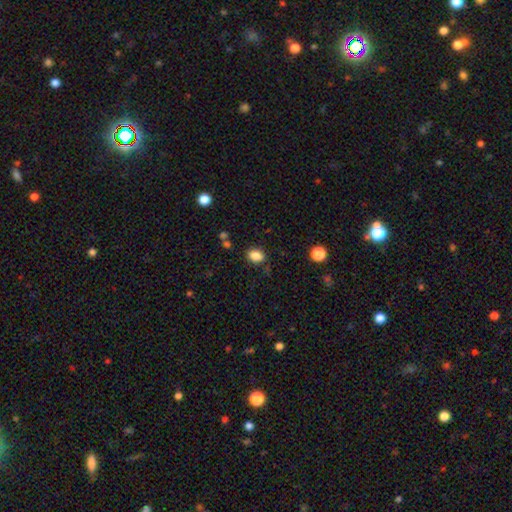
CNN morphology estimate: Smooth or featured?
  - smooth: 86% *
  - star or artifact: 10%
  - featured or disk: 4%
How rounded?
  - in between: 73% *
  - round: 25%
  - cigar-shaped: 1%
Merging?
  - none: 82% *
  - minor disturbance: 12%
  - major disturbance: 3%
  - merger: 3%